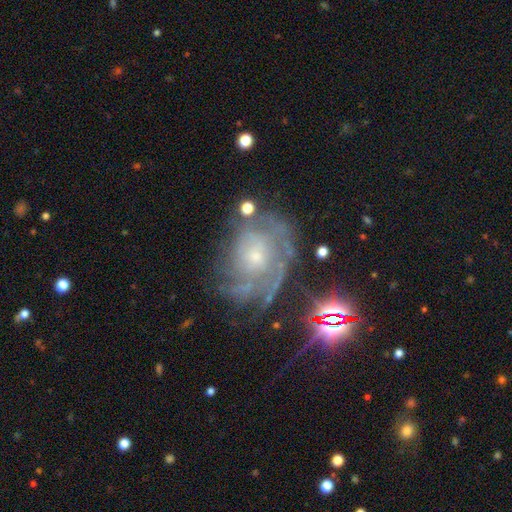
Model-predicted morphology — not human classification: Smooth or featured? featured or disk (74%)
Edge-on disk? no (97%)
Bar? no (79%)
Spiral arms? yes (80%)
Spiral winding? tight (59%)
Spiral arm count? can't tell (55%)
Bulge size? small (65%)
Merging? none (54%)